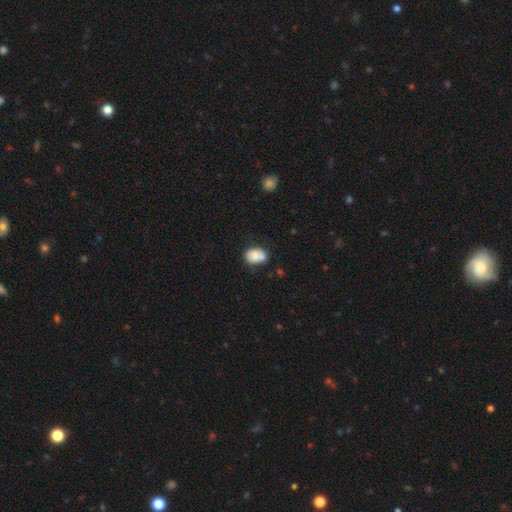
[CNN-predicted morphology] The model was most divided on "merging": none: 54%, minor disturbance: 25%, merger: 16%, major disturbance: 6%. More confident: smooth or featured — smooth (78%); how rounded — in between (72%).